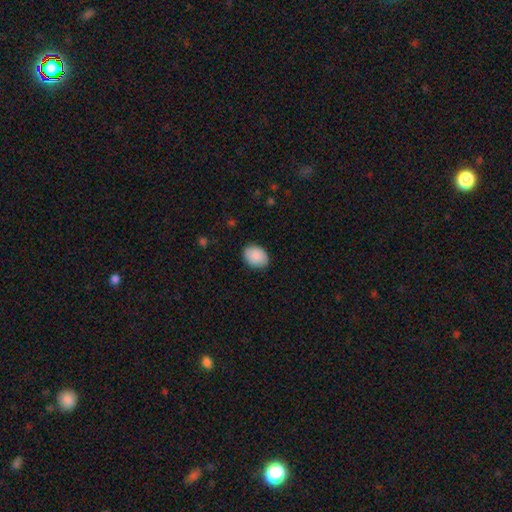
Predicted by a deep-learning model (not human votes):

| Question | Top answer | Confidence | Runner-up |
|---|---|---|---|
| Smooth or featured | smooth | 90% | star or artifact (7%) |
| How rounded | in between | 65% | round (34%) |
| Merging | none | 87% | minor disturbance (10%) |